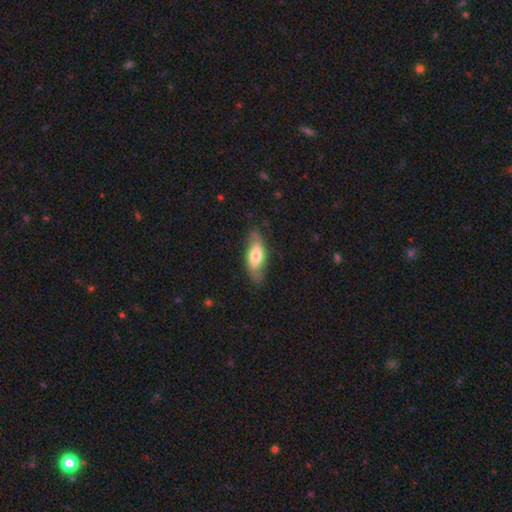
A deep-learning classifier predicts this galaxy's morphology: smooth_or_featured: smooth (p=0.57) [alt: featured or disk p=0.37]
how_rounded: in between (p=0.76) [alt: cigar-shaped p=0.21]
merging: none (p=0.73) [alt: minor disturbance p=0.20]